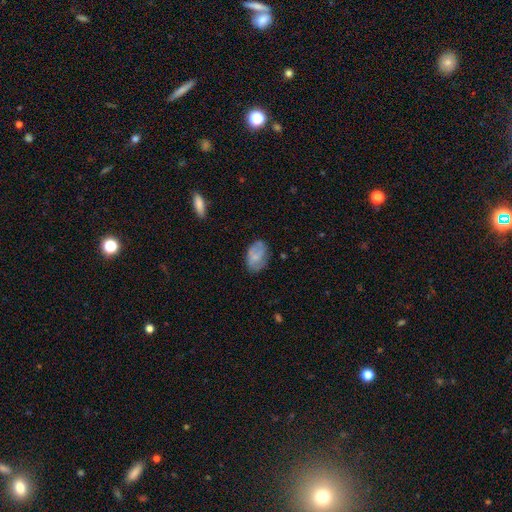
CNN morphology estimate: Smooth or featured? smooth (60%)
How rounded? in between (85%)
Merging? none (64%)